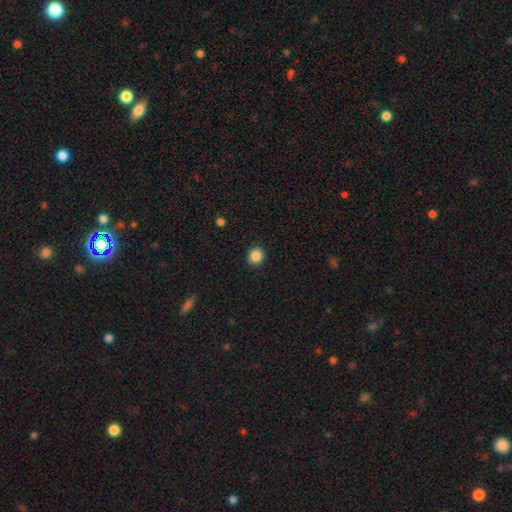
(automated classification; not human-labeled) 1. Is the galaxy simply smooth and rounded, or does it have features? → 86% smooth, 10% star or artifact, 3% featured or disk.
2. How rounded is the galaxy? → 92% round, 8% in between, 1% cigar-shaped.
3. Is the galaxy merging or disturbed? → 92% none, 5% minor disturbance, 2% major disturbance, 1% merger.